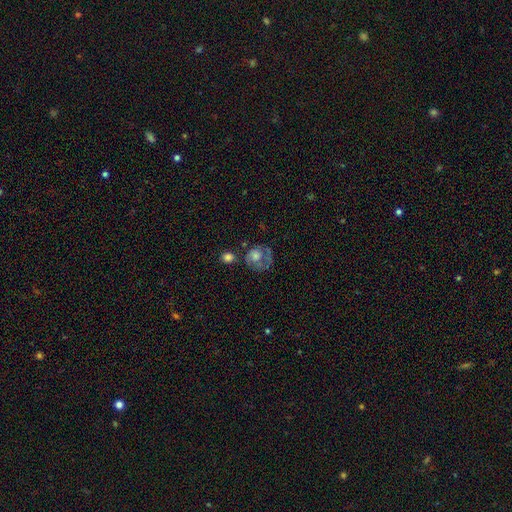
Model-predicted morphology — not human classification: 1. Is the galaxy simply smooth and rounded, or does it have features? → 47% featured or disk, 44% smooth, 9% star or artifact.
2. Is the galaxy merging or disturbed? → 41% none, 27% major disturbance, 21% minor disturbance, 11% merger.